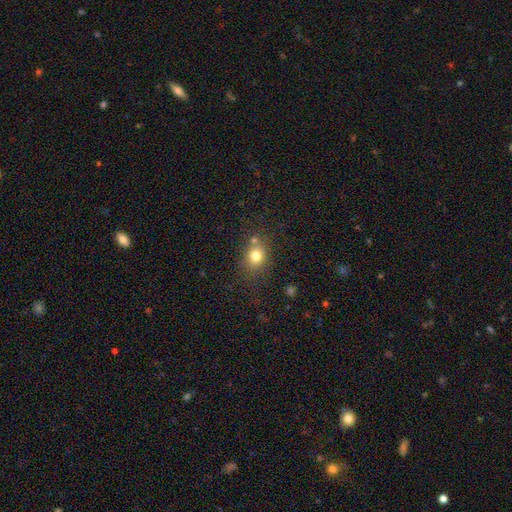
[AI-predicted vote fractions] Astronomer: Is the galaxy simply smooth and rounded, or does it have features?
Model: smooth — 78%.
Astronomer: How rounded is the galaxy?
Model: round — 70%.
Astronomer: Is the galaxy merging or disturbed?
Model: none — 67%.